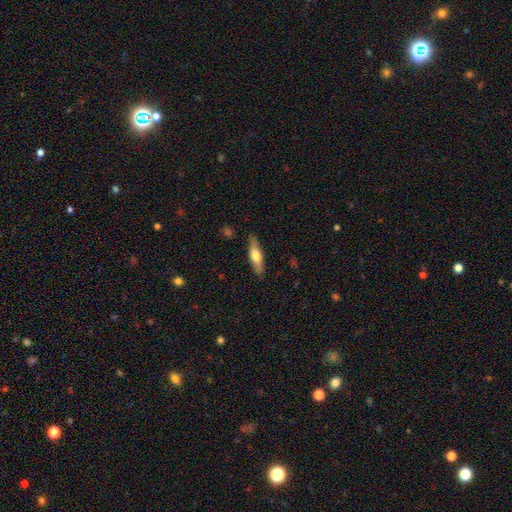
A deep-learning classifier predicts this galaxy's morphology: The model was most divided on "smooth or featured": smooth: 57%, featured or disk: 37%, star or artifact: 6%. More confident: merging — none (87%); how rounded — cigar-shaped (66%).